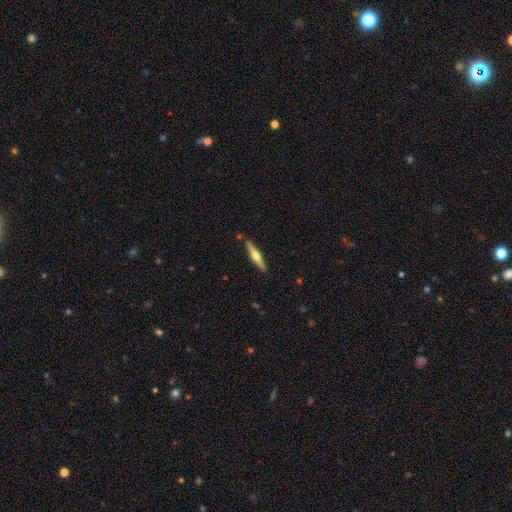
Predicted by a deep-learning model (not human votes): The model was most divided on "smooth or featured": featured or disk: 66%, smooth: 29%, star or artifact: 5%. More confident: edge-on disk — yes (97%); edge-on bulge — rounded (94%); merging — none (89%).